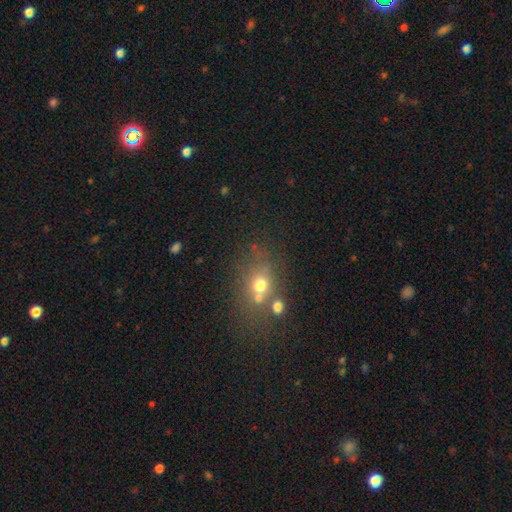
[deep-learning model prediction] This is possibly a smooth galaxy (56%). How rounded: possibly in between (53%). Merging: possibly none (58%).